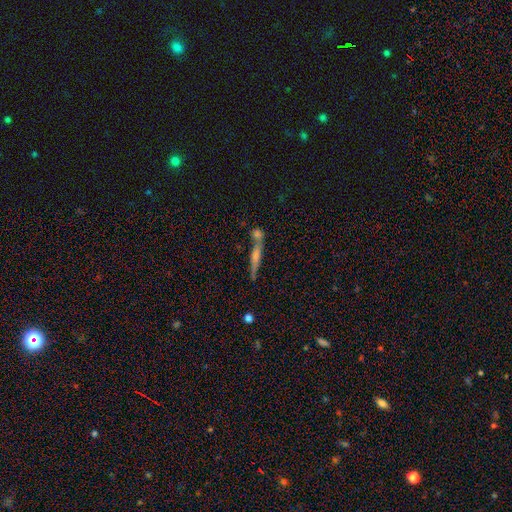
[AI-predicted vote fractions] The model was most divided on "smooth or featured": featured or disk: 60%, smooth: 30%, star or artifact: 10%. More confident: edge-on disk — yes (93%); merging — none (63%); edge-on bulge — rounded (63%).